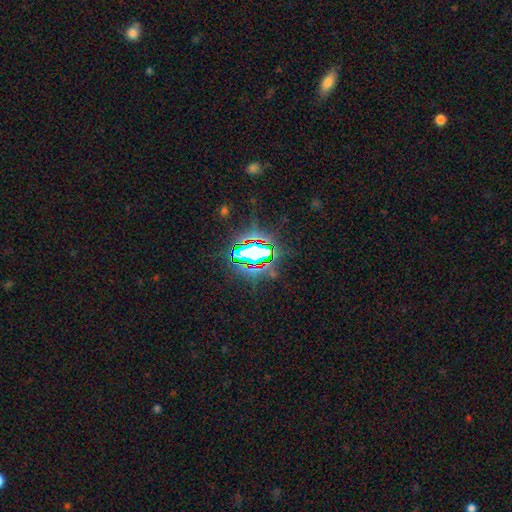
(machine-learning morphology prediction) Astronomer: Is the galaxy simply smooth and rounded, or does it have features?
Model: star or artifact — 70%.